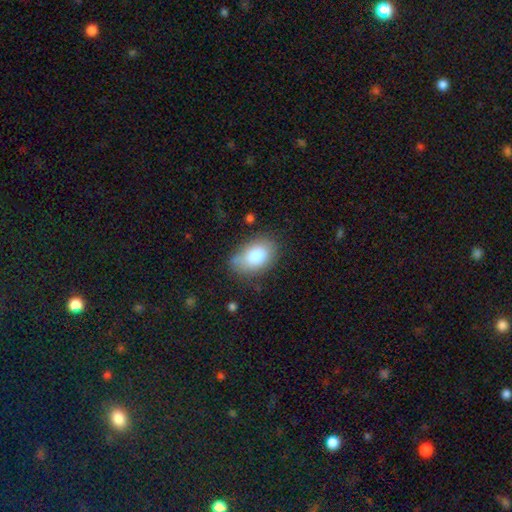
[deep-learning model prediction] A smooth galaxy with no disk features (82%) that is in between round and cigar-shaped (89%). Merging: none (72%).